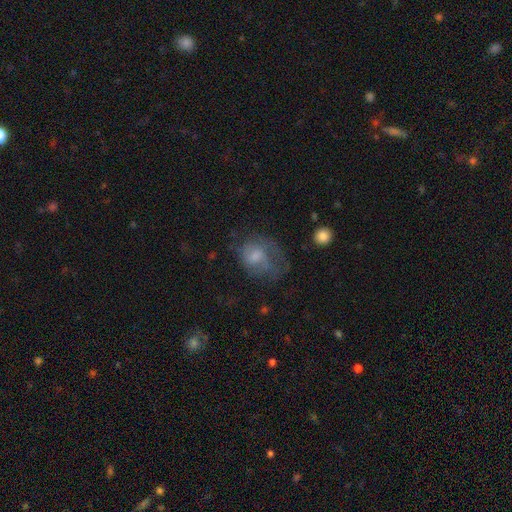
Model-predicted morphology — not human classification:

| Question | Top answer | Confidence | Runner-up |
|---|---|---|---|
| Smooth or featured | smooth | 46% | featured or disk (43%) |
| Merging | none | 37% | major disturbance (36%) |